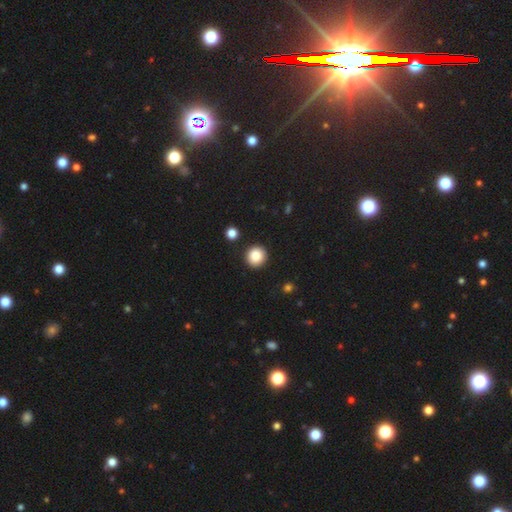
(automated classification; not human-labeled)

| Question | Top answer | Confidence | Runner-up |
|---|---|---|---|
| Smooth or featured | smooth | 87% | star or artifact (9%) |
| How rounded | round | 93% | in between (6%) |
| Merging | none | 91% | minor disturbance (5%) |